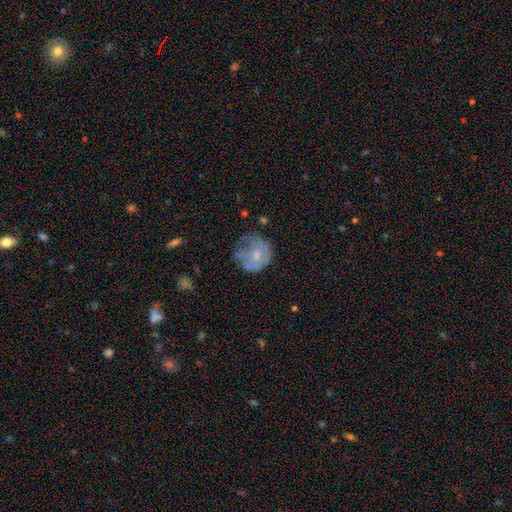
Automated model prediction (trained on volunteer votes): Q: Smooth or featured?
A: smooth (48%); runner-up: featured or disk (43%)
Q: Merging?
A: none (47%); runner-up: minor disturbance (29%)